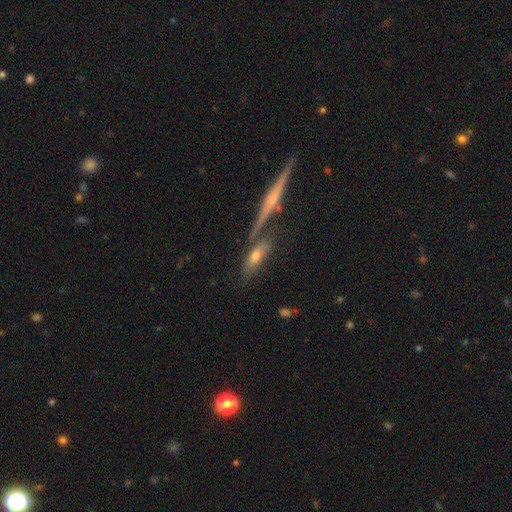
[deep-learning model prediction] Q: Smooth or featured?
A: featured or disk (45%); runner-up: smooth (44%)
Q: Merging?
A: none (57%); runner-up: merger (22%)